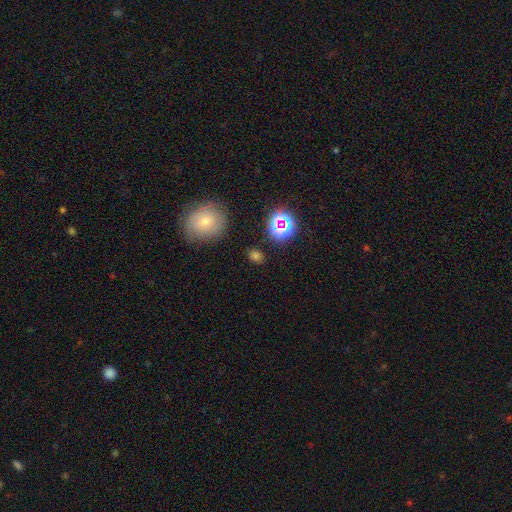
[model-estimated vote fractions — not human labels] The model was most divided on "how rounded": in between: 55%, round: 44%, cigar-shaped: 2%. More confident: merging — none (82%); smooth or featured — smooth (66%).